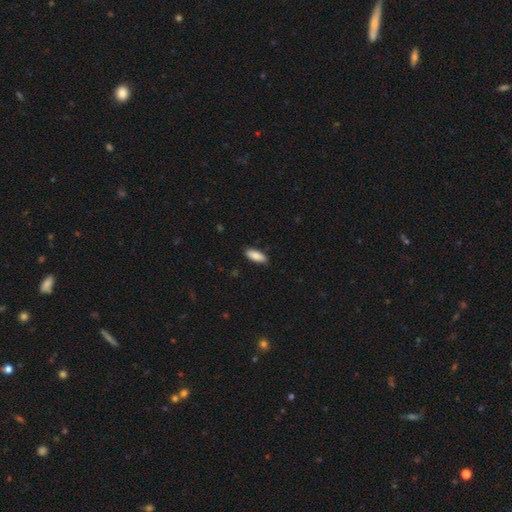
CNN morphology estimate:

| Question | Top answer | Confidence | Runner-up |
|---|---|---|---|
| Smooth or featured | smooth | 84% | featured or disk (10%) |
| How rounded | in between | 76% | cigar-shaped (22%) |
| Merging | none | 87% | minor disturbance (10%) |